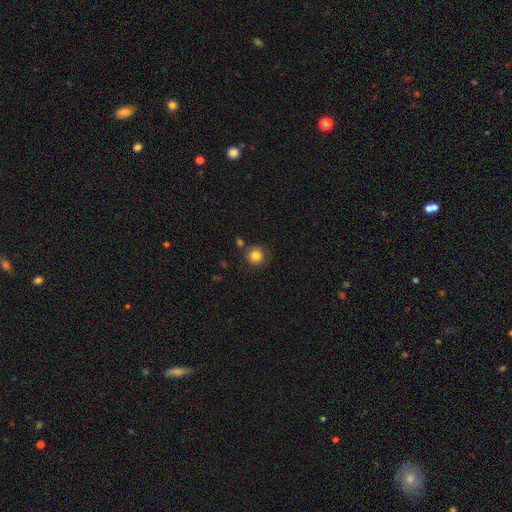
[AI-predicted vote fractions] smooth 83%, star or artifact 11%, featured or disk 5%. Down the decision tree: how rounded — round (94%); merging — none (83%).